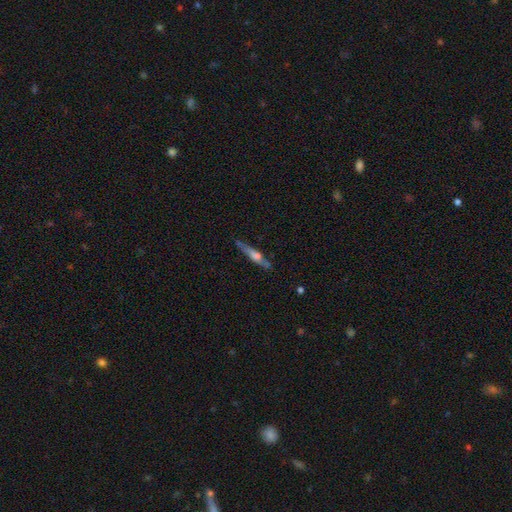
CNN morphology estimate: Smooth or featured: featured or disk — 57% (smooth — 36%)
Edge-on disk: yes — 90% (no — 10%)
Edge-on bulge: rounded — 73% (none — 16%)
Merging: none — 71% (minor disturbance — 19%)